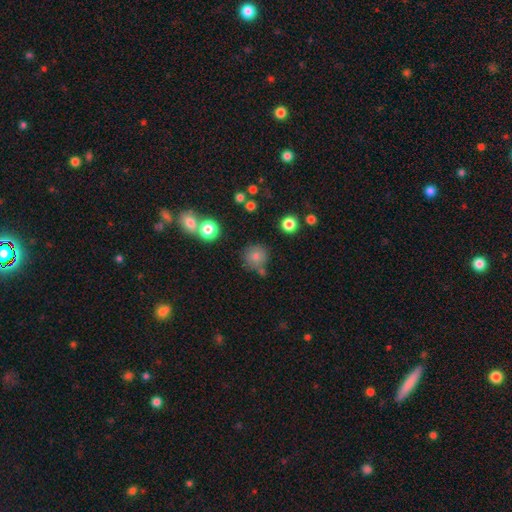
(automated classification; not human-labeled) smooth-or-featured: smooth: 77% | star or artifact: 14% | featured or disk: 9%
  how-rounded: round: 92% | in between: 7% | cigar-shaped: 1%
  merging: none: 73% | minor disturbance: 12% | merger: 11% | major disturbance: 4%